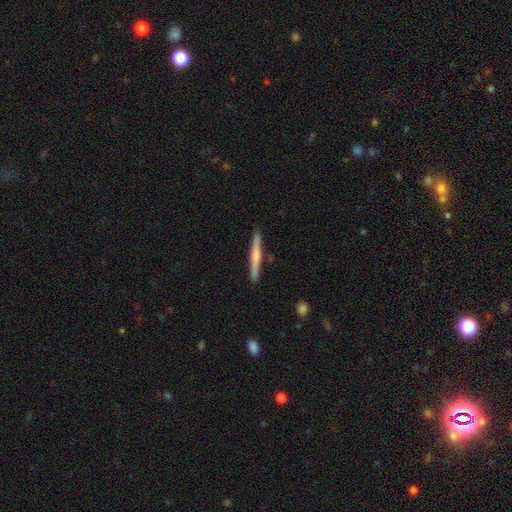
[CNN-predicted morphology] Smooth or featured: featured or disk — 52% (smooth — 43%)
Edge-on disk: yes — 98% (no — 2%)
Edge-on bulge: rounded — 60% (none — 25%)
Merging: none — 90% (minor disturbance — 7%)